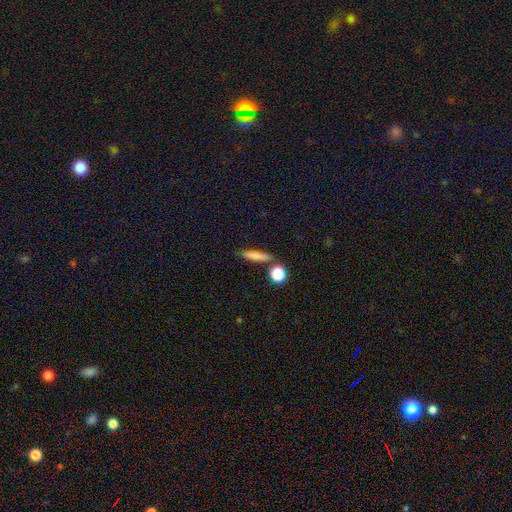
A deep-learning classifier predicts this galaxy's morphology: Smooth or featured?
  - smooth: 71% *
  - featured or disk: 20%
  - star or artifact: 9%
How rounded?
  - cigar-shaped: 77% *
  - in between: 17%
  - round: 7%
Merging?
  - none: 76% *
  - minor disturbance: 12%
  - merger: 9%
  - major disturbance: 3%